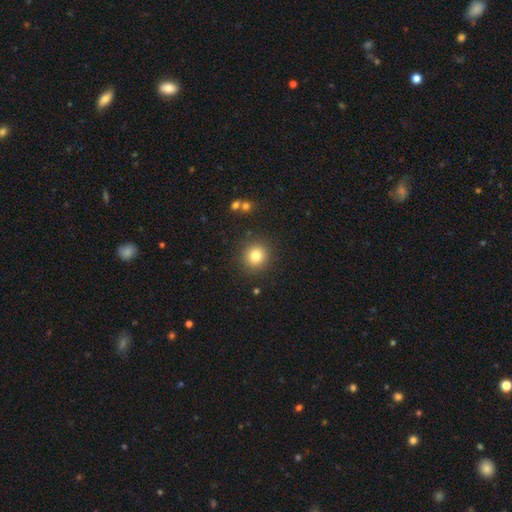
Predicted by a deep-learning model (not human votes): A smooth galaxy with no disk features (81%) that is round (93%).

Vote fractions:
- Smooth or featured? smooth: 81% / star or artifact: 12% / featured or disk: 7%
- How rounded? round: 93% / in between: 7% / cigar-shaped: 1%
- Merging? none: 89% / minor disturbance: 7% / major disturbance: 3% / merger: 2%